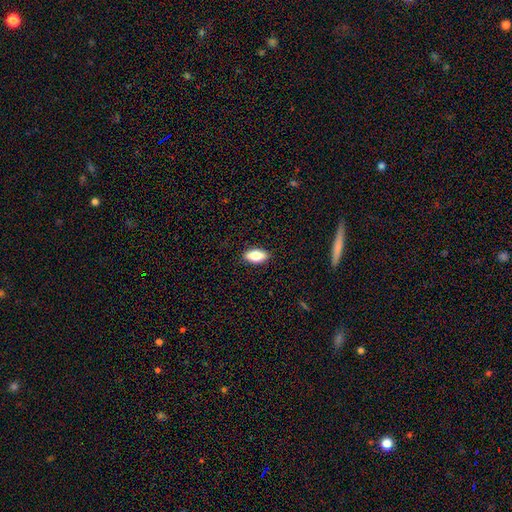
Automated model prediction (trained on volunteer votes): Morphology: type=smooth (78%); roundness=in between (88%); merging=none (89%).